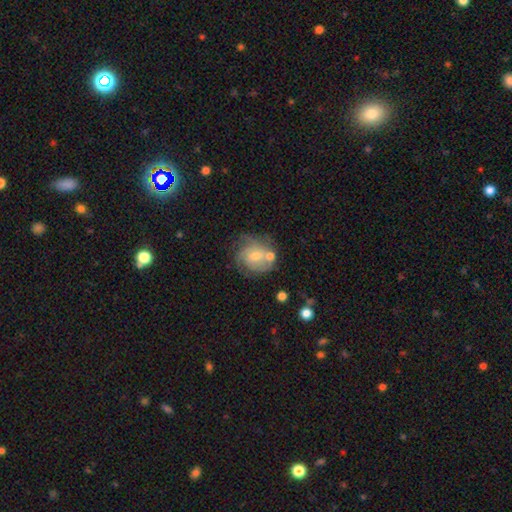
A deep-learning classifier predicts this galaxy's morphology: This appears to be a featured or disk galaxy (63%) with no bar (62%), tight (50%) spiral arms (84%) and a moderate central bulge (50%). Merging: none (51%).